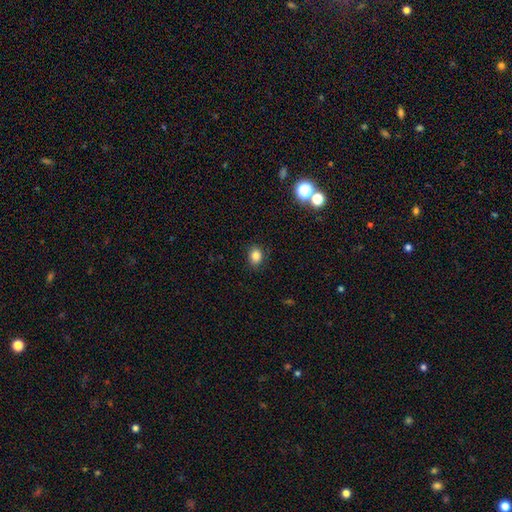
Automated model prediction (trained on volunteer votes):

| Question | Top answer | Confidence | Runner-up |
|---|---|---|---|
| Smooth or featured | smooth | 83% | star or artifact (12%) |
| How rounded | in between | 54% | round (45%) |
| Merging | none | 86% | minor disturbance (10%) |